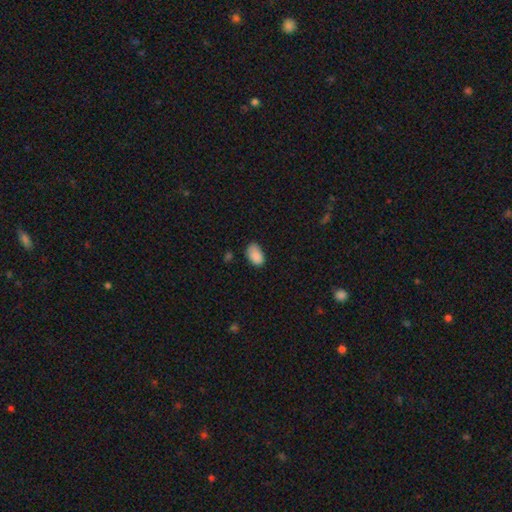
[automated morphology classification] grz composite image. It shows a smooth galaxy with no disk features (87%) that is in between round and cigar-shaped (91%). Merging: none (65%).